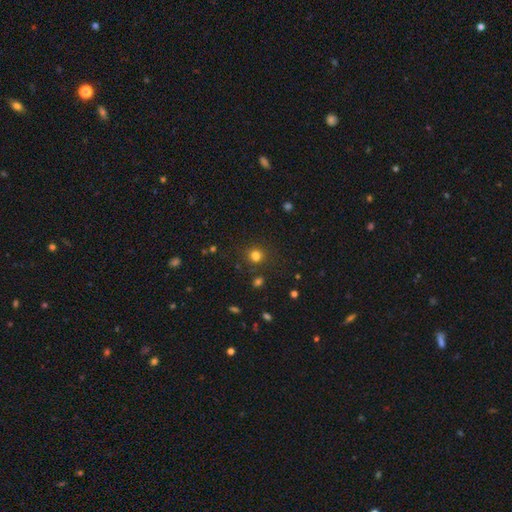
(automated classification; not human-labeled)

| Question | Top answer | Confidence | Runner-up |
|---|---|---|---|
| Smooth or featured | smooth | 77% | star or artifact (17%) |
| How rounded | round | 80% | in between (19%) |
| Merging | none | 80% | minor disturbance (10%) |